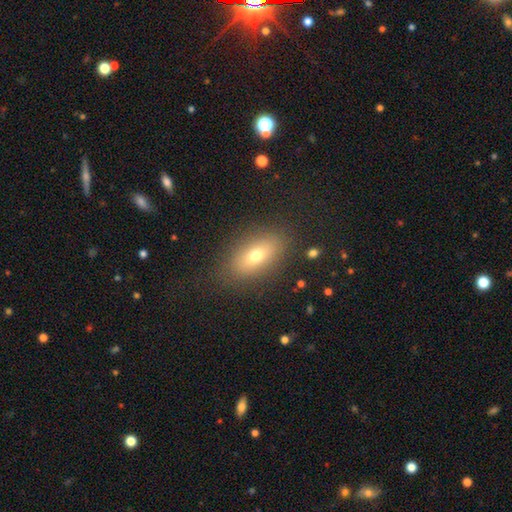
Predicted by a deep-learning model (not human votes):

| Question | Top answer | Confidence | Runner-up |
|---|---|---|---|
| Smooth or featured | smooth | 70% | featured or disk (19%) |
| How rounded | in between | 84% | cigar-shaped (9%) |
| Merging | none | 84% | minor disturbance (10%) |